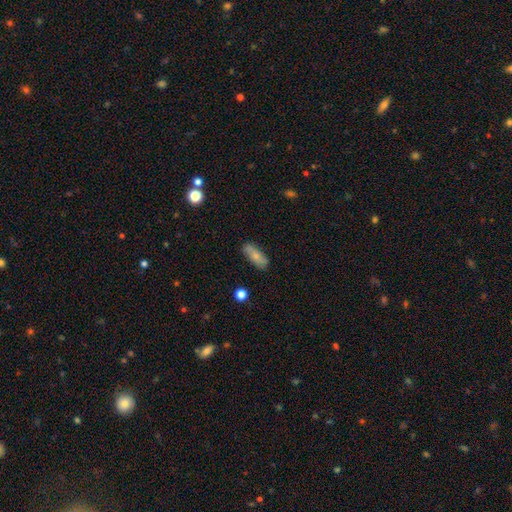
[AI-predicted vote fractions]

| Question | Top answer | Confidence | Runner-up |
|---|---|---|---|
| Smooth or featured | smooth | 76% | featured or disk (17%) |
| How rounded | in between | 64% | cigar-shaped (34%) |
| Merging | none | 81% | minor disturbance (14%) |